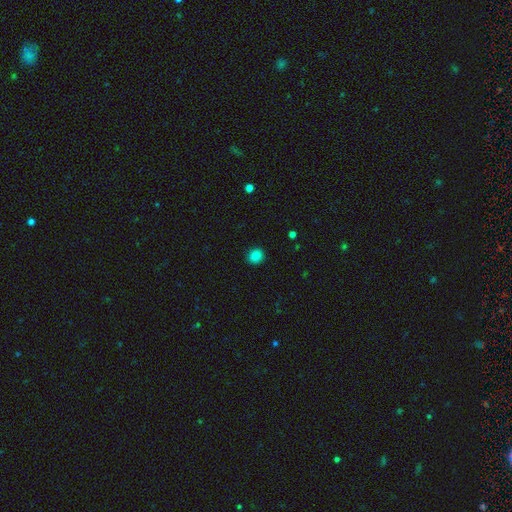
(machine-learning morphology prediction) smooth 85%, star or artifact 12%, featured or disk 3%. Down the decision tree: how rounded — round (82%); merging — none (90%).